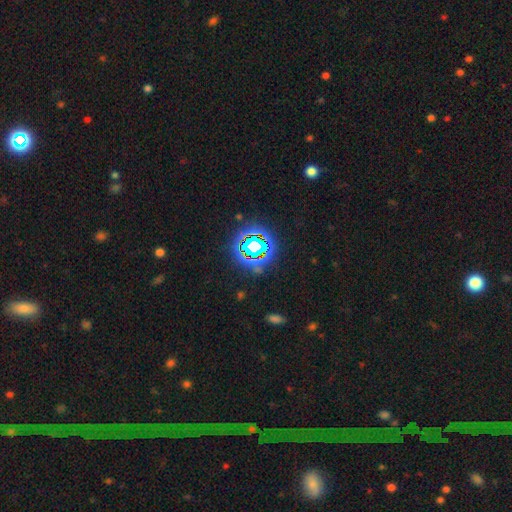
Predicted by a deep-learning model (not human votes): This is clearly a star or artifact rather than a galaxy (83%).